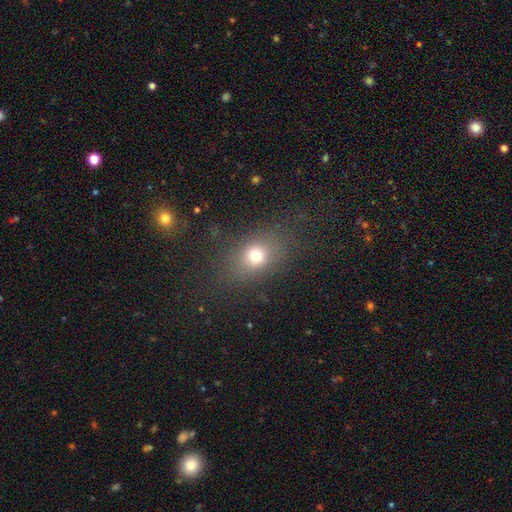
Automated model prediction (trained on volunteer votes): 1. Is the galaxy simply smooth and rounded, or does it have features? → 72% smooth, 16% star or artifact, 12% featured or disk.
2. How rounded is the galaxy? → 54% in between, 43% round, 2% cigar-shaped.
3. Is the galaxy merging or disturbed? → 75% none, 13% minor disturbance, 10% major disturbance, 2% merger.